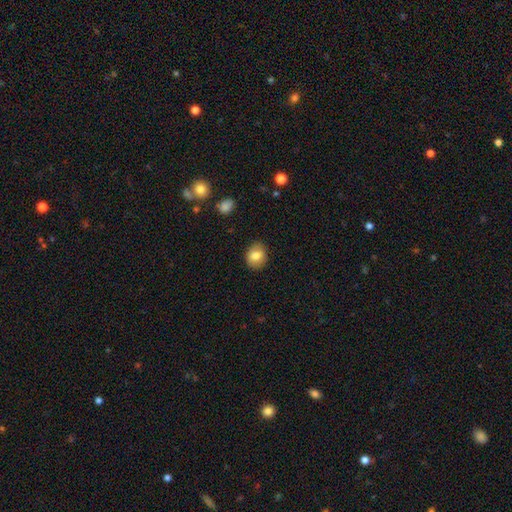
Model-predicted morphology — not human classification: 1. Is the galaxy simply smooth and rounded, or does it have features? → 81% smooth, 11% featured or disk, 8% star or artifact.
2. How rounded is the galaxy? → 58% round, 41% in between, 1% cigar-shaped.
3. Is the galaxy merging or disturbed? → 85% none, 11% minor disturbance, 3% major disturbance, 1% merger.